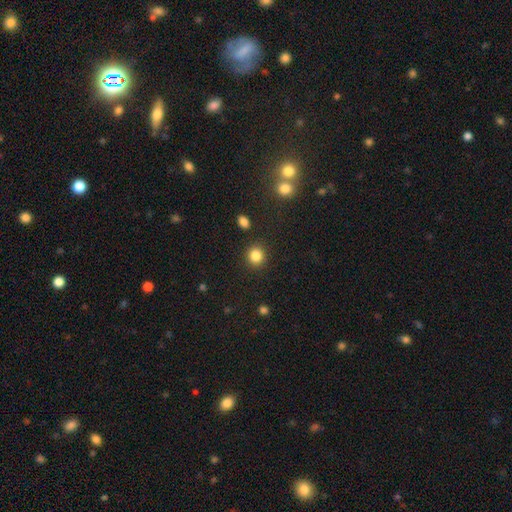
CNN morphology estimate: Smooth or featured? smooth (85%)
How rounded? round (88%)
Merging? none (89%)